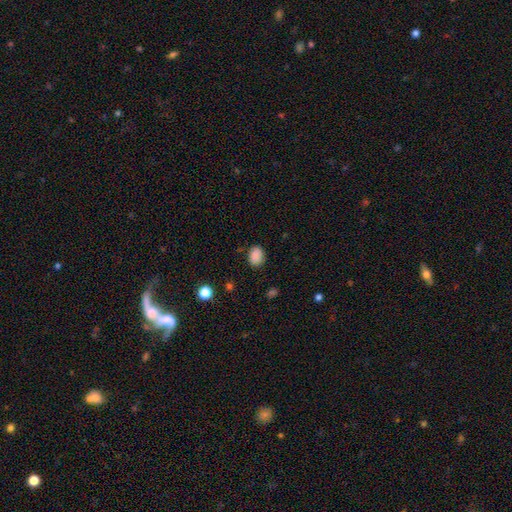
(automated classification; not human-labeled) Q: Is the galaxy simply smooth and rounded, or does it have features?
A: smooth — 87%.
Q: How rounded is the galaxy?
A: in between — 67%.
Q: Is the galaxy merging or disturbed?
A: none — 80%.